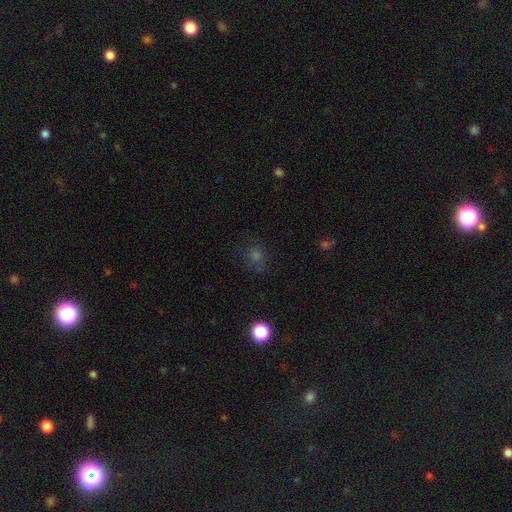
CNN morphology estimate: This appears to be a smooth galaxy with no disk features (57%) that is round (86%). Merging: none (80%).